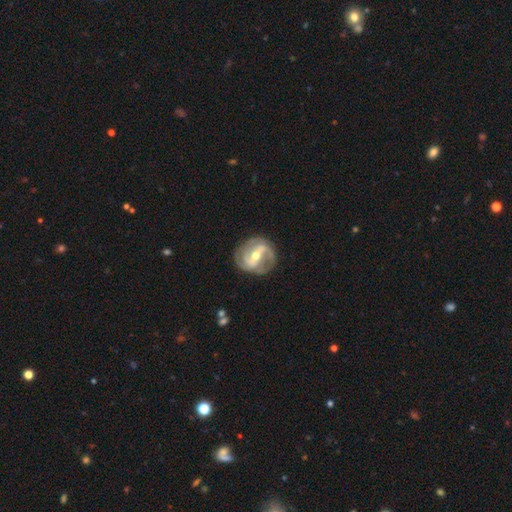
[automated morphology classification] Smooth or featured? featured or disk (86%)
Edge-on disk? no (97%)
Bar? strong (47%)
Spiral arms? yes (92%)
Spiral winding? medium (45%)
Spiral arm count? 2 (61%)
Bulge size? moderate (59%)
Merging? none (77%)